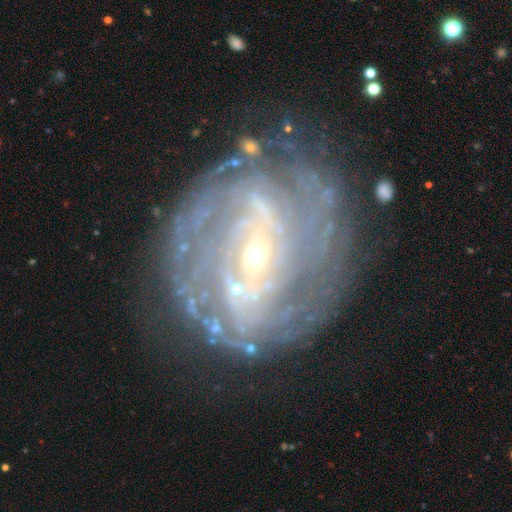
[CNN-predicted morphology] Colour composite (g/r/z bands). It shows a featured or disk galaxy (87%) with a weak bar (43%), tight (67%) spiral arms (92%) and a small central bulge (74%). Merging: none (73%).